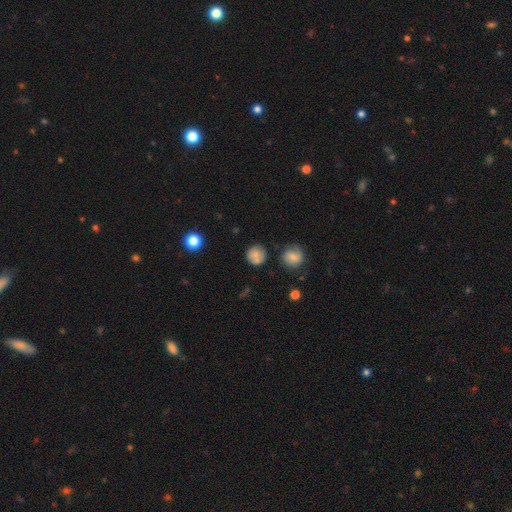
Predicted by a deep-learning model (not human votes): Q: Smooth or featured?
A: smooth (75%); runner-up: featured or disk (14%)
Q: How rounded?
A: round (90%); runner-up: in between (9%)
Q: Merging?
A: none (73%); runner-up: minor disturbance (16%)